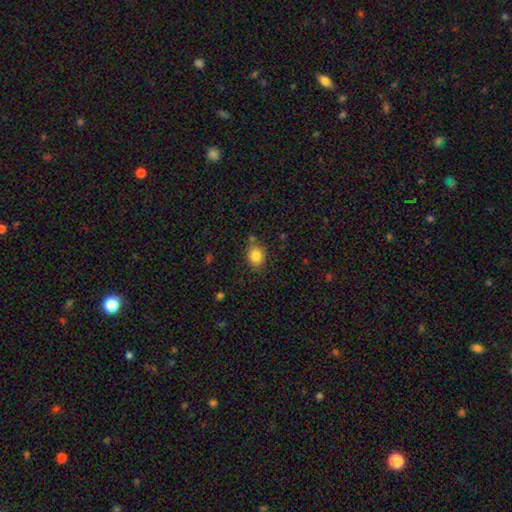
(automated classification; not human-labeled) Smooth or featured: smooth — 84% (star or artifact — 10%)
How rounded: in between — 50% (round — 49%)
Merging: none — 76% (minor disturbance — 14%)